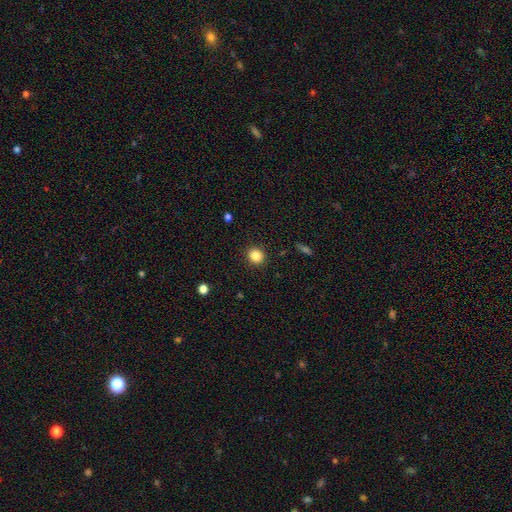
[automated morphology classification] Q: Smooth or featured?
A: smooth (85%); runner-up: star or artifact (11%)
Q: How rounded?
A: round (84%); runner-up: in between (15%)
Q: Merging?
A: none (91%); runner-up: minor disturbance (6%)